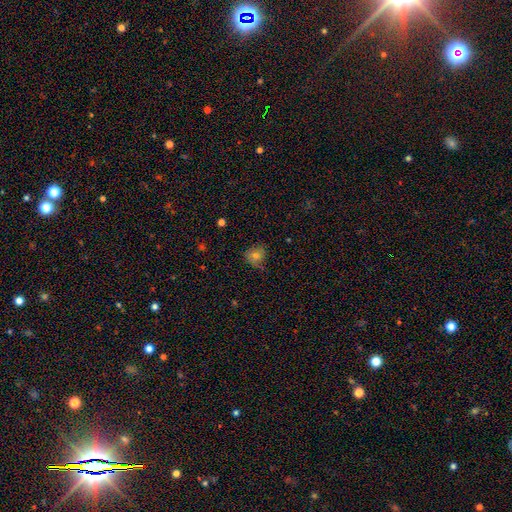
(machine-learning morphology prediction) Smooth or featured? smooth (72%)
How rounded? round (75%)
Merging? none (65%)